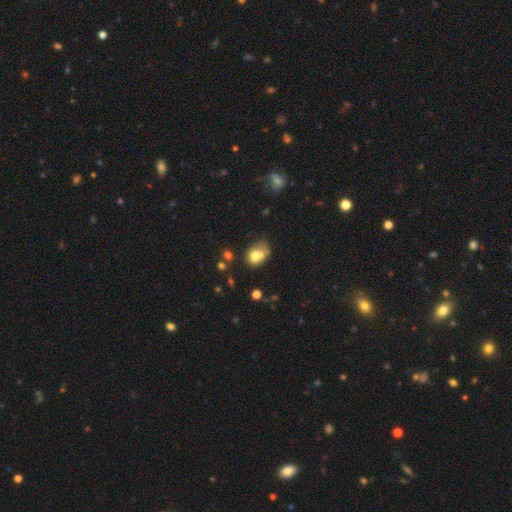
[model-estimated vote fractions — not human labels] The model was most divided on "how rounded": in between: 53%, round: 45%, cigar-shaped: 1%. More confident: smooth or featured — smooth (67%); merging — merger (50%).